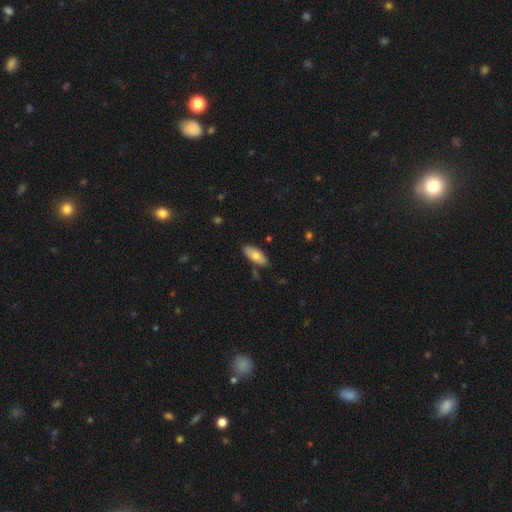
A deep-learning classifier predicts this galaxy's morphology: smooth-or-featured: smooth: 75% | featured or disk: 19% | star or artifact: 6%
  how-rounded: in between: 82% | cigar-shaped: 16% | round: 2%
  merging: none: 80% | minor disturbance: 14% | merger: 3% | major disturbance: 2%